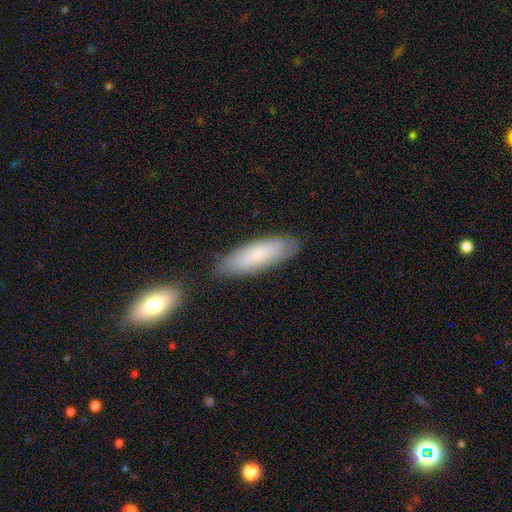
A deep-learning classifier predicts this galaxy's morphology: A smooth galaxy with no disk features (69%) that is in between round and cigar-shaped (52%).

Vote fractions:
- Smooth or featured? smooth: 69% / featured or disk: 24% / star or artifact: 7%
- How rounded? in between: 52% / cigar-shaped: 46% / round: 2%
- Merging? none: 78% / minor disturbance: 14% / merger: 5% / major disturbance: 3%